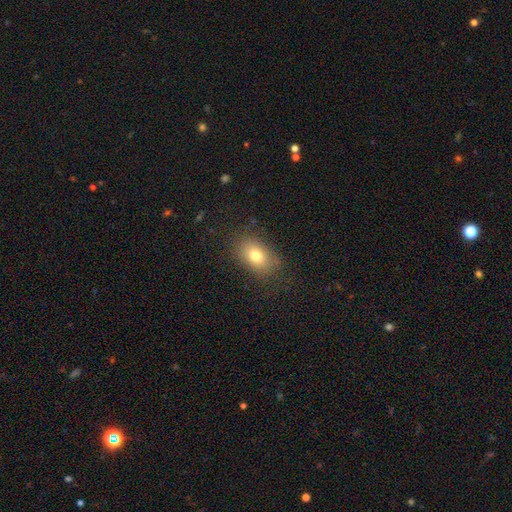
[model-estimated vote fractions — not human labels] A smooth galaxy with no disk features (77%) that is in between round and cigar-shaped (82%).

Vote fractions:
- Smooth or featured? smooth: 77% / featured or disk: 12% / star or artifact: 10%
- How rounded? in between: 82% / round: 17% / cigar-shaped: 2%
- Merging? none: 82% / minor disturbance: 13% / major disturbance: 5% / merger: 1%